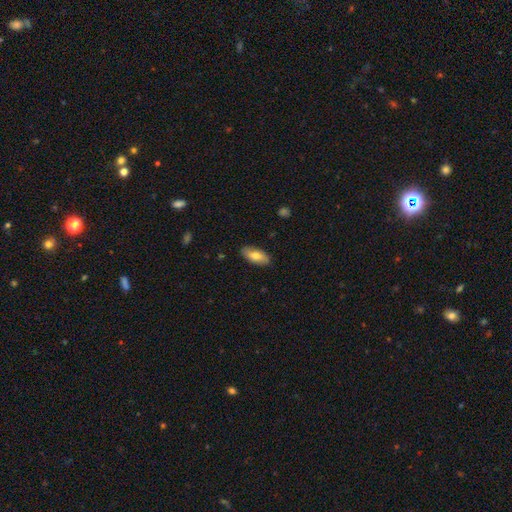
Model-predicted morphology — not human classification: Q: Smooth or featured?
A: smooth (74%); runner-up: featured or disk (21%)
Q: How rounded?
A: in between (90%); runner-up: cigar-shaped (8%)
Q: Merging?
A: none (86%); runner-up: minor disturbance (11%)